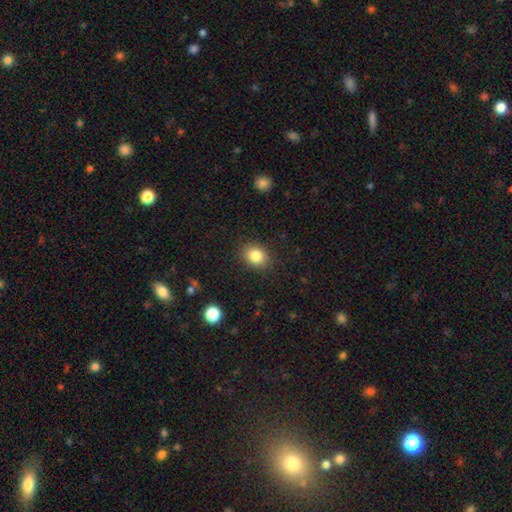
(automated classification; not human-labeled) Smooth or featured? smooth (83%)
How rounded? round (52%)
Merging? none (88%)